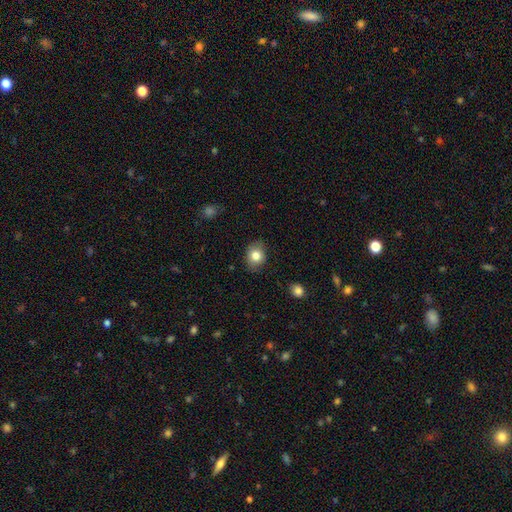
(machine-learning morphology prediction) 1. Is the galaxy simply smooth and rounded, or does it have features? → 81% smooth, 10% featured or disk, 9% star or artifact.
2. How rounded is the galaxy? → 51% round, 48% in between, 1% cigar-shaped.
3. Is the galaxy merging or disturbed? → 82% none, 14% minor disturbance, 3% major disturbance, 1% merger.